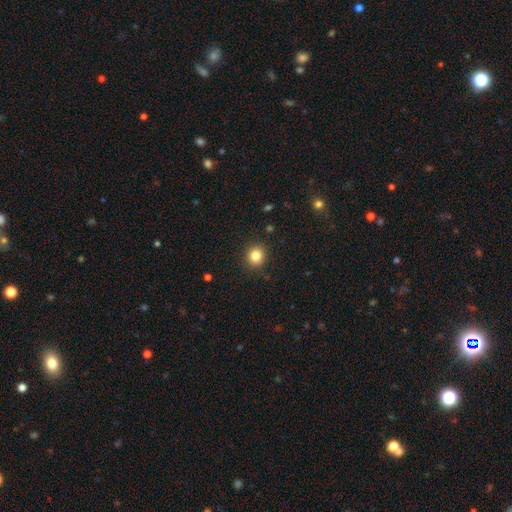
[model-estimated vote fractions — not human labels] Smooth or featured? Predicted: smooth (p=0.83). How rounded? Predicted: round (p=0.87). Merging? Predicted: none (p=0.90).